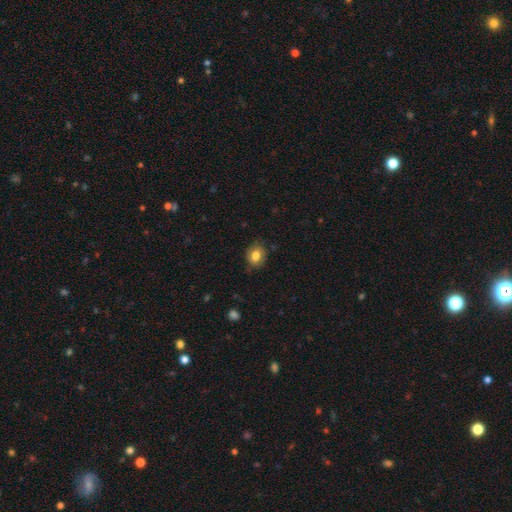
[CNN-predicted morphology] The model was most divided on "how rounded": round: 59%, in between: 40%, cigar-shaped: 1%. More confident: merging — none (81%); smooth or featured — smooth (79%).